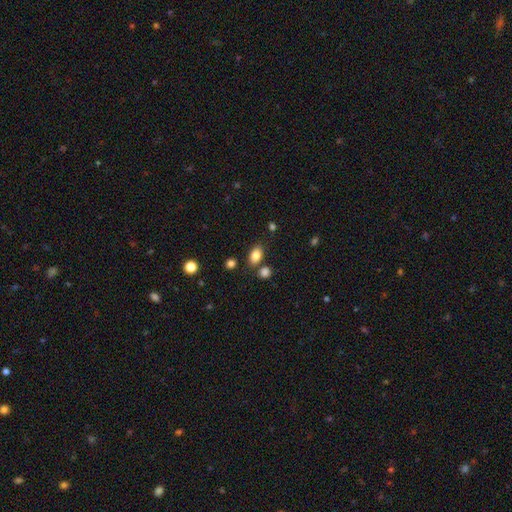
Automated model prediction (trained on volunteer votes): Overall: smooth (83%). How rounded: in between (84%). Merging: none (75%).